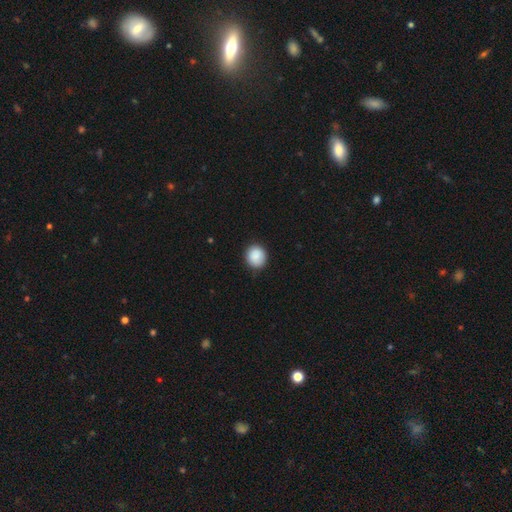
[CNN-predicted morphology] The model was most divided on "how rounded": round: 81%, in between: 18%, cigar-shaped: 1%. More confident: smooth or featured — smooth (89%); merging — none (87%).